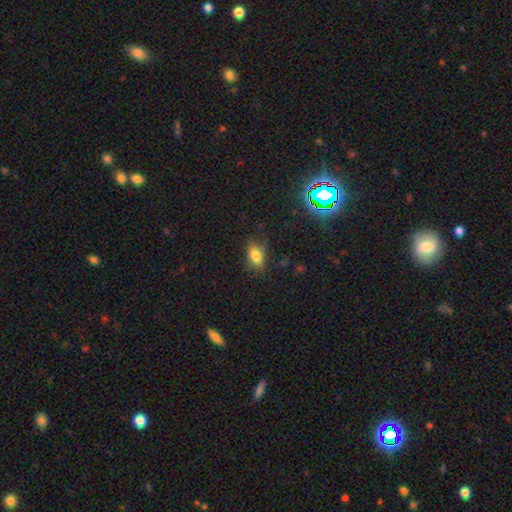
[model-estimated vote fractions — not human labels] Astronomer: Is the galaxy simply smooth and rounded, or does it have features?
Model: smooth — 78%.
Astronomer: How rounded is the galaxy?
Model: in between — 81%.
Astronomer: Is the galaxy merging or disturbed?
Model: none — 72%.